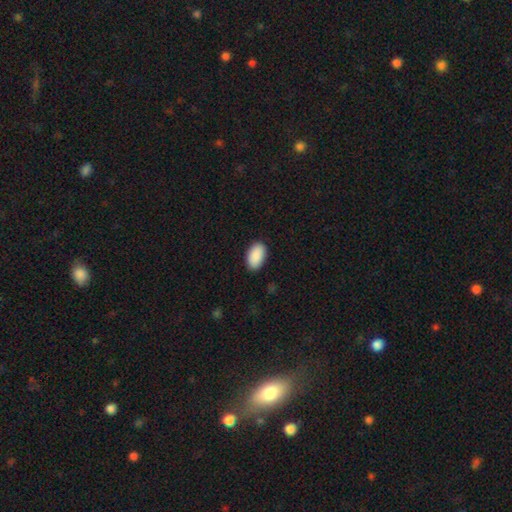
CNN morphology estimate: This is clearly a smooth galaxy (91%). How rounded: clearly in between (95%). Merging: clearly none (89%).